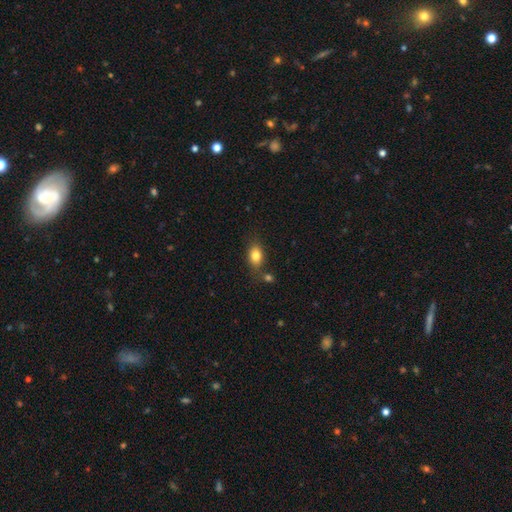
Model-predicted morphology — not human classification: A smooth galaxy with no disk features (82%) that is in between round and cigar-shaped (79%). Merging: none (71%).